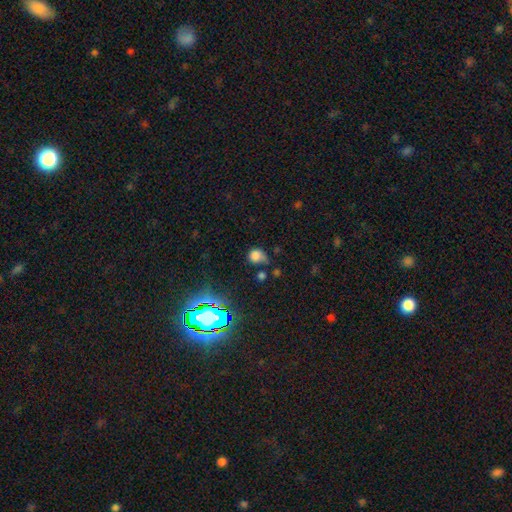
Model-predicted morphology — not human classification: A smooth galaxy with no disk features (72%) that is round (69%).

Vote fractions:
- Smooth or featured? smooth: 72% / star or artifact: 20% / featured or disk: 8%
- How rounded? round: 69% / in between: 30% / cigar-shaped: 1%
- Merging? none: 47% / minor disturbance: 30% / major disturbance: 14% / merger: 9%